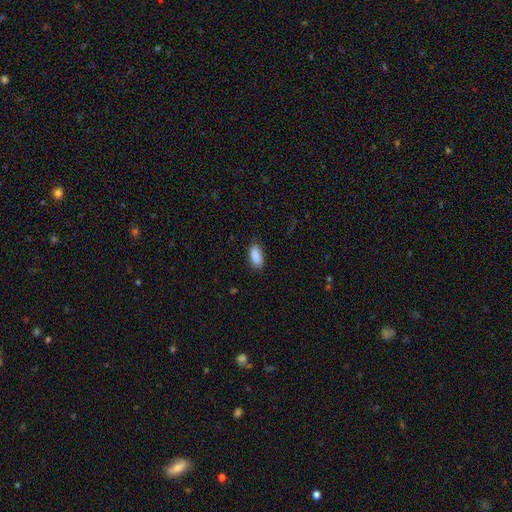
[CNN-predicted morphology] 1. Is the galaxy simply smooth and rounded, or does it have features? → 89% smooth, 7% star or artifact, 4% featured or disk.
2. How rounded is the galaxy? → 88% in between, 10% cigar-shaped, 2% round.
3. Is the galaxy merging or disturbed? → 81% none, 15% minor disturbance, 3% major disturbance, 1% merger.